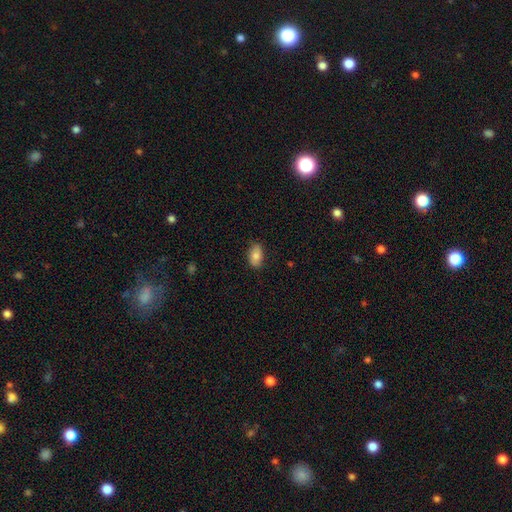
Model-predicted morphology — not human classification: type=smooth (79%); roundness=in between (91%); merging=none (84%).